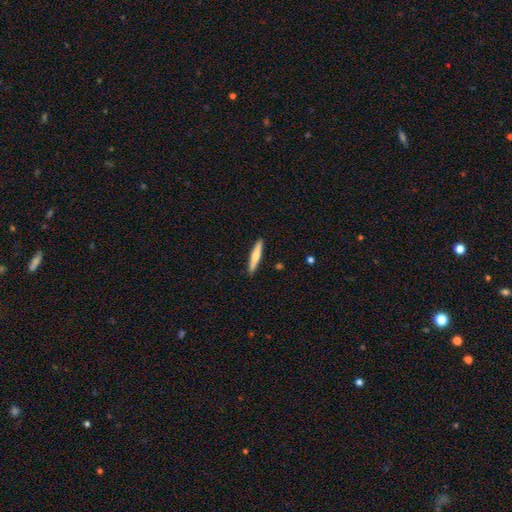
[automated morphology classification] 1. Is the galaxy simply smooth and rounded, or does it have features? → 61% smooth, 34% featured or disk, 5% star or artifact.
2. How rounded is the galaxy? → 92% cigar-shaped, 7% in between, 1% round.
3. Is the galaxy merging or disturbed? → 90% none, 7% minor disturbance, 1% major disturbance, 1% merger.